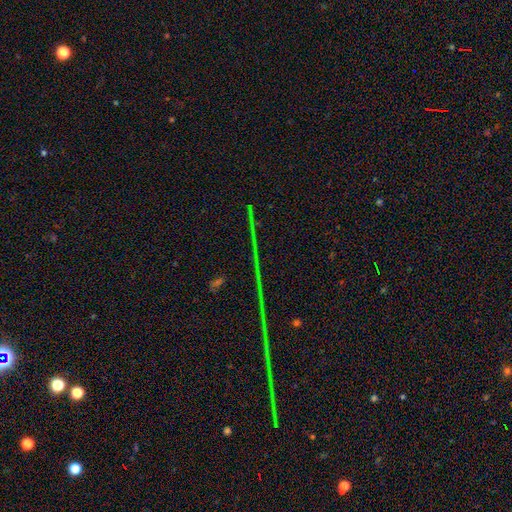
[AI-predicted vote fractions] Morphology: type=star or artifact (83%).